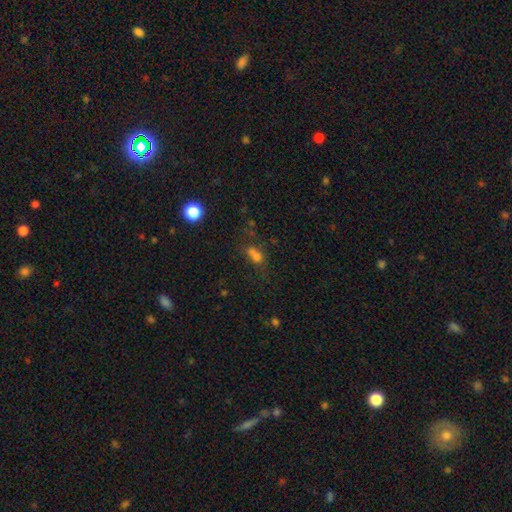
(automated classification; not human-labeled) This is likely a smooth galaxy (64%). How rounded: possibly round (50%). Merging: possibly merger (47%).